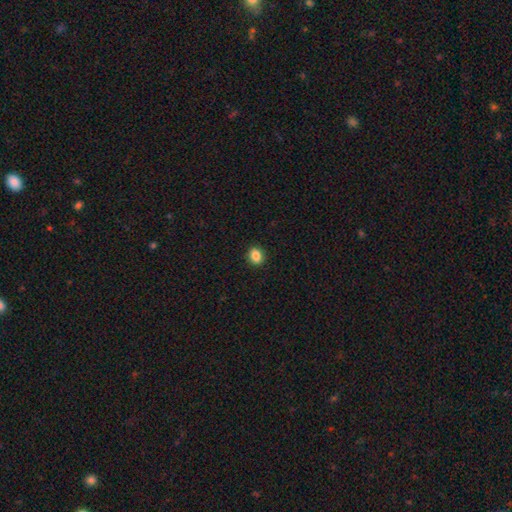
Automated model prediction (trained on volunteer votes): Overall: smooth (87%). How rounded: round (50%; in between 49%). Merging: none (91%).